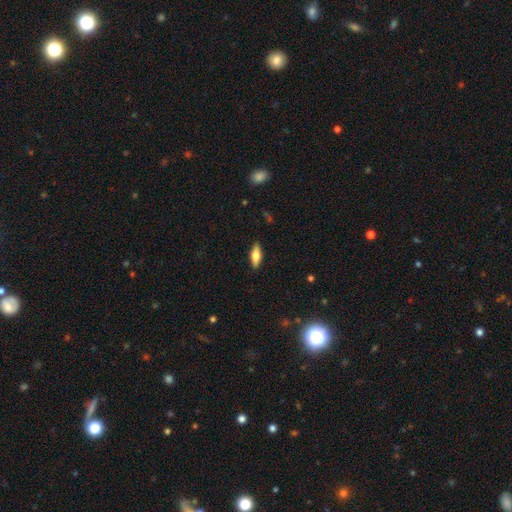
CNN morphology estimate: type=smooth (61%); roundness=in between (66%); merging=none (89%).